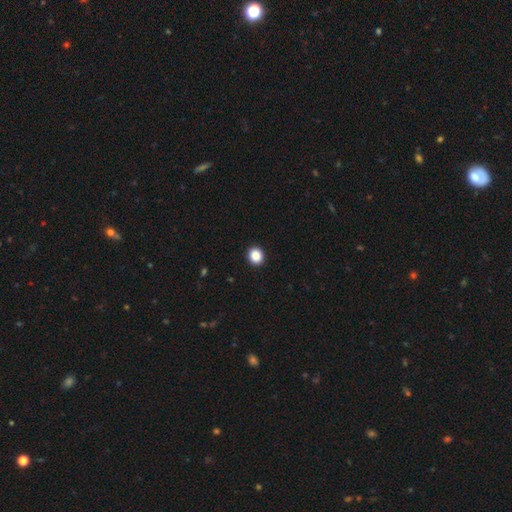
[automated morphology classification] A smooth galaxy with no disk features (88%) that is round (75%). Merging: none (93%).